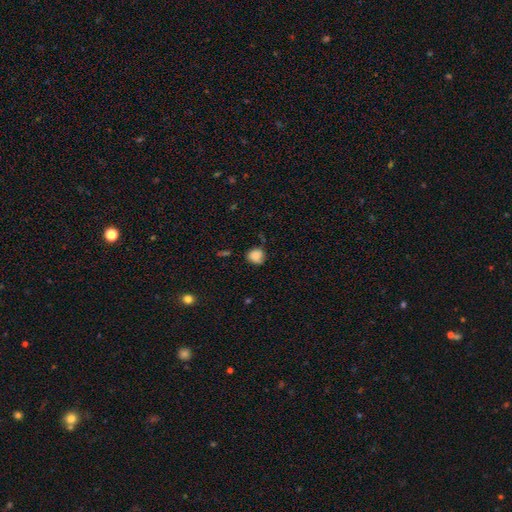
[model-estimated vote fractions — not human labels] A smooth galaxy with no disk features (79%) that is round (76%).

Vote fractions:
- Smooth or featured? smooth: 79% / featured or disk: 12% / star or artifact: 10%
- How rounded? round: 76% / in between: 23% / cigar-shaped: 1%
- Merging? none: 66% / minor disturbance: 26% / major disturbance: 6% / merger: 3%